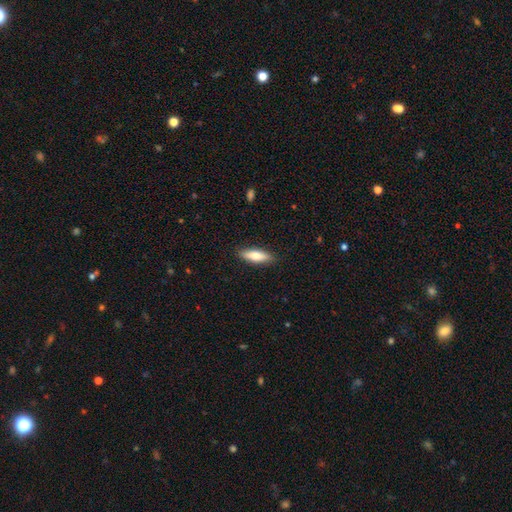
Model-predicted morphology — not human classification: A smooth galaxy with no disk features (74%) that is in between round and cigar-shaped (49%, tied with cigar-shaped).

Vote fractions:
- Smooth or featured? smooth: 74% / featured or disk: 20% / star or artifact: 6%
- How rounded? in between: 49% (tied) / cigar-shaped: 49% (tied) / round: 2%
- Merging? none: 88% / minor disturbance: 9% / major disturbance: 2% / merger: 1%